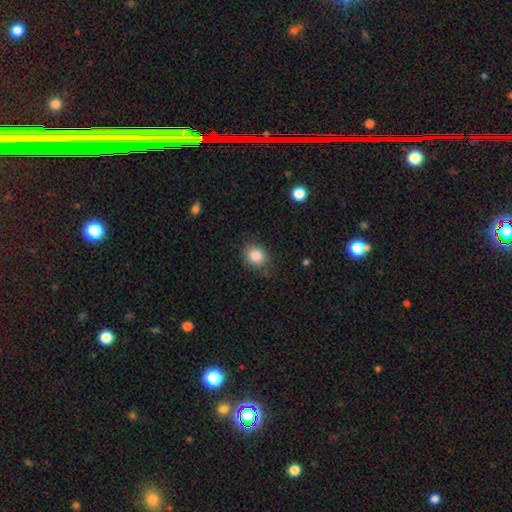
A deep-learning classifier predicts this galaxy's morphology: smooth-or-featured: smooth: 84% | star or artifact: 10% | featured or disk: 6%
  how-rounded: round: 67% | in between: 32% | cigar-shaped: 1%
  merging: none: 78% | minor disturbance: 17% | major disturbance: 4% | merger: 1%